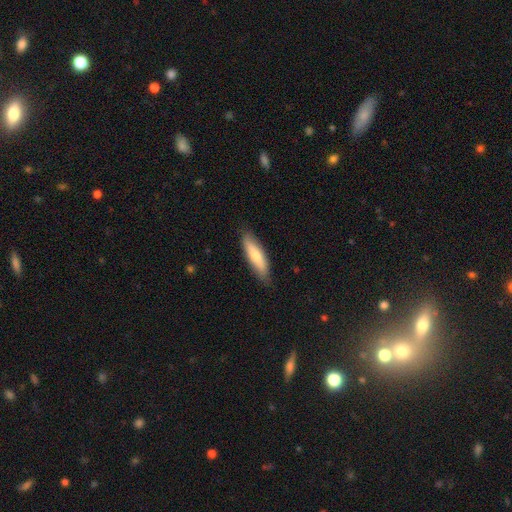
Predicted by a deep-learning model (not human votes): This appears to be a smooth galaxy with no disk features (71%) that is cigar-shaped (64%). Merging: none (84%).